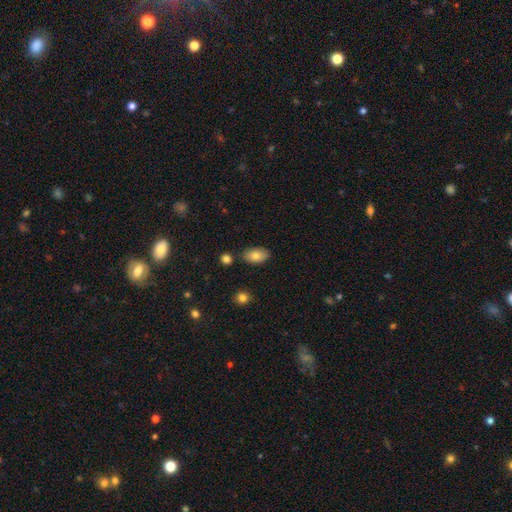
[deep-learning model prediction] This appears to be a smooth galaxy with no disk features (79%) that is in between round and cigar-shaped (92%). Merging: none (80%).